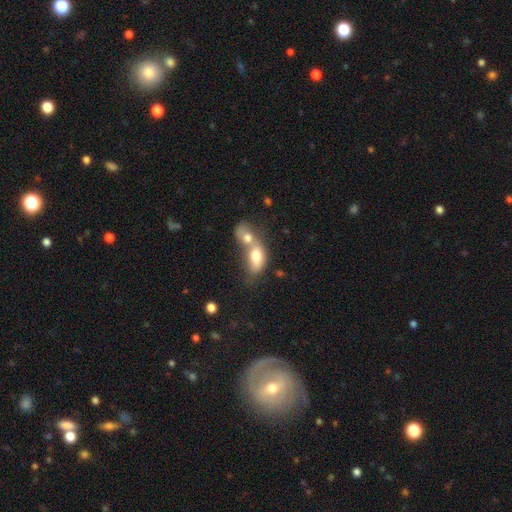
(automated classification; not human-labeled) smooth_or_featured: smooth (p=0.73) [alt: featured or disk p=0.20]
how_rounded: in between (p=0.82) [alt: round p=0.13]
merging: merger (p=0.78) [alt: none p=0.11]